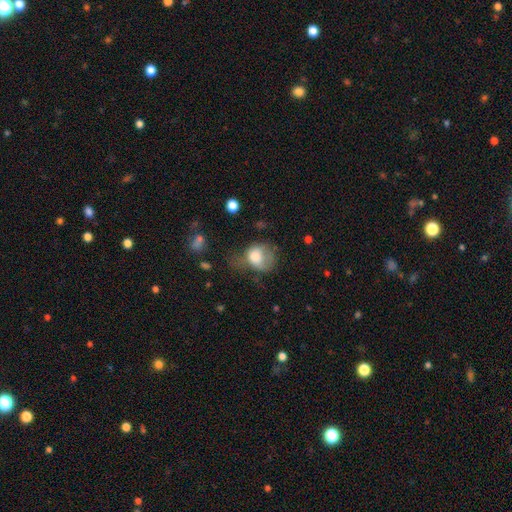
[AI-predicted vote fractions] The model was most divided on "how rounded": in between: 51%, round: 48%, cigar-shaped: 1%. Remaining: smooth or featured — smooth (67%); merging — major disturbance (43%).